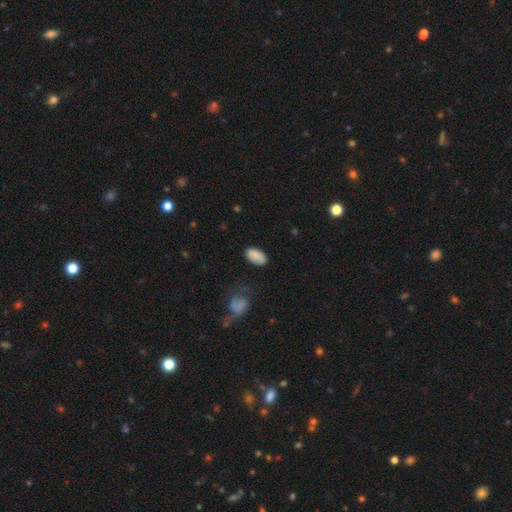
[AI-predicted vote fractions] Morphology: type=smooth (87%); roundness=in between (95%); merging=none (80%).